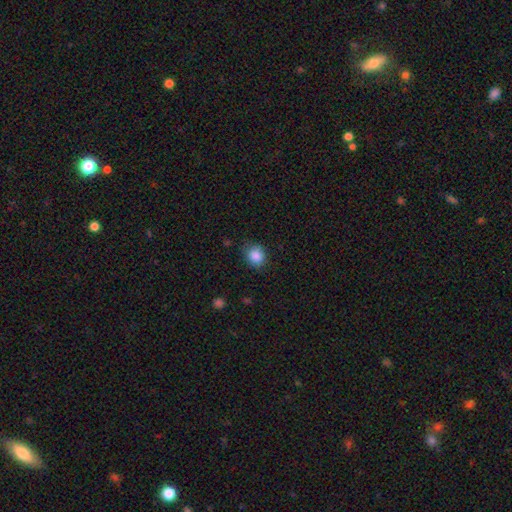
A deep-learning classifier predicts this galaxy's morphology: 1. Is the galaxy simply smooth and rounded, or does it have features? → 87% smooth, 9% star or artifact, 4% featured or disk.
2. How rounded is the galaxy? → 70% round, 29% in between, 1% cigar-shaped.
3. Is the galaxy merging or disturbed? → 80% none, 15% minor disturbance, 3% major disturbance, 1% merger.